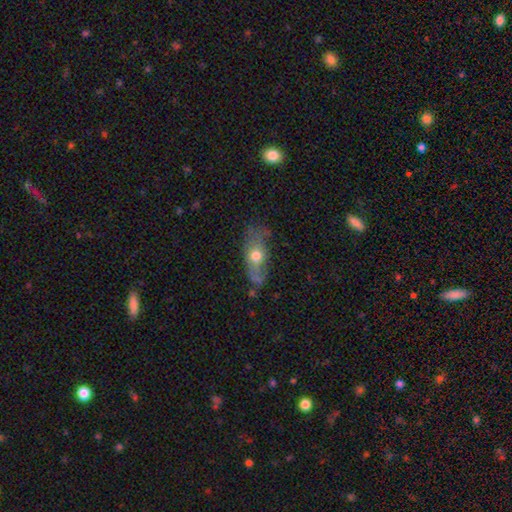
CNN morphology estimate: A smooth galaxy with no disk features (52%) that is in between round and cigar-shaped (76%).

Vote fractions:
- Smooth or featured? smooth: 52% / featured or disk: 41% / star or artifact: 8%
- How rounded? in between: 76% / cigar-shaped: 14% / round: 10%
- Merging? none: 50% / minor disturbance: 30% / major disturbance: 16% / merger: 4%